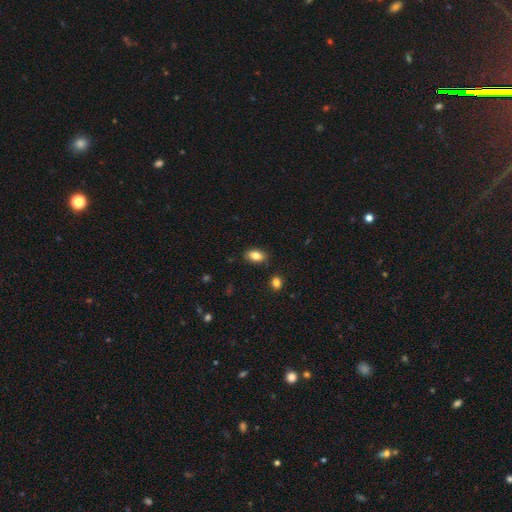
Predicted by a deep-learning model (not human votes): This appears to be a smooth galaxy with no disk features (83%) that is in between round and cigar-shaped (90%). Merging: none (84%).